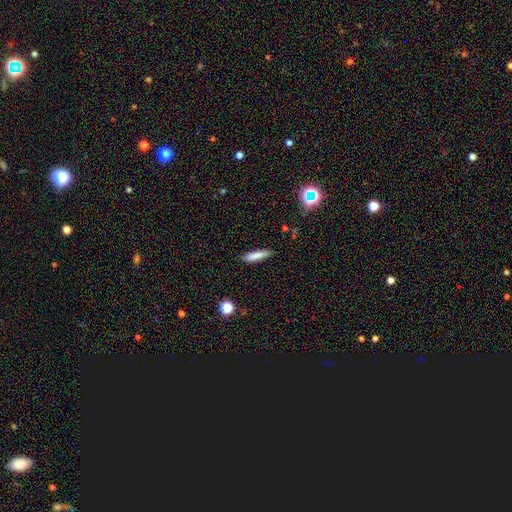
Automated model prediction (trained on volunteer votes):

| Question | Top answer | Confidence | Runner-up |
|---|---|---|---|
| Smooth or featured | smooth | 81% | featured or disk (11%) |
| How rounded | cigar-shaped | 85% | in between (13%) |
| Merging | none | 86% | minor disturbance (11%) |